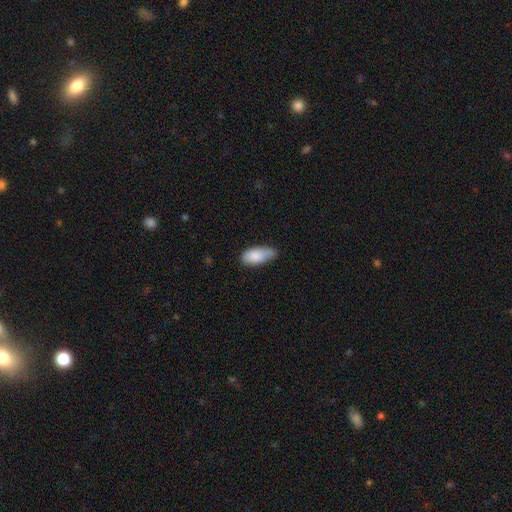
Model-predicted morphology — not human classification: smooth 85%, featured or disk 9%, star or artifact 6%. Down the decision tree: how rounded — in between (88%); merging — none (57%).